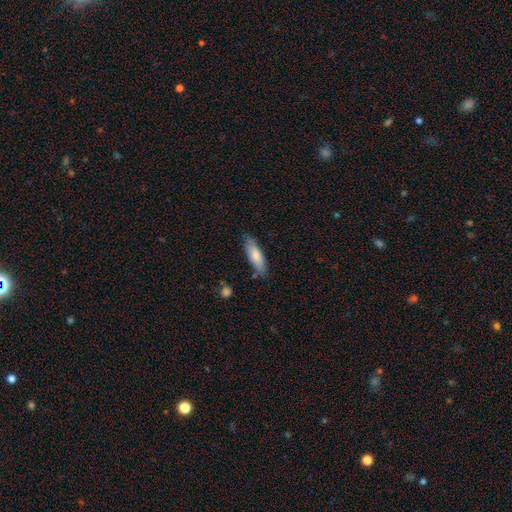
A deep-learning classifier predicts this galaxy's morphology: Smooth or featured? smooth (78%)
How rounded? cigar-shaped (50%)
Merging? none (79%)